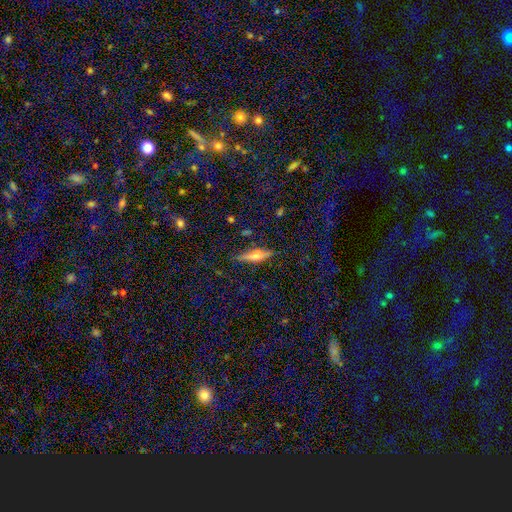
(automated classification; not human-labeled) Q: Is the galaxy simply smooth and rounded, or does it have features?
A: smooth — 49%.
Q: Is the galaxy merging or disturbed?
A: none — 83%.